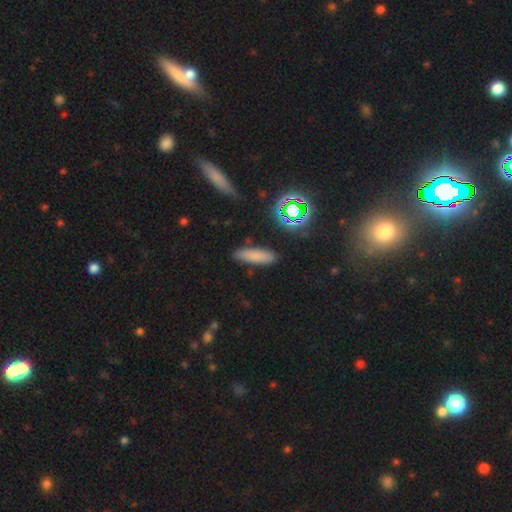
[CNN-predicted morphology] Smooth or featured: smooth — 74% (star or artifact — 16%)
How rounded: cigar-shaped — 60% (in between — 37%)
Merging: none — 86% (minor disturbance — 10%)